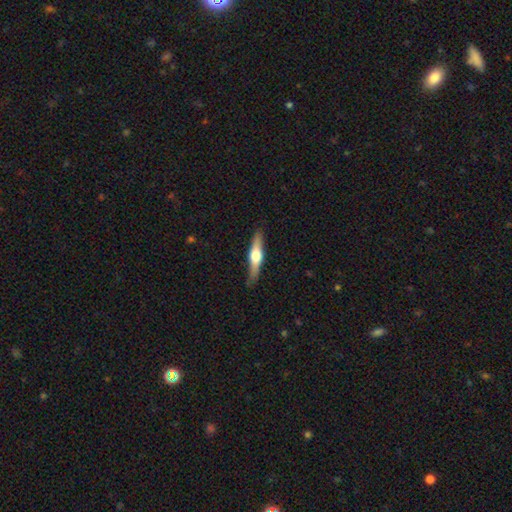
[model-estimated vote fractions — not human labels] A featured or disk galaxy (60%) viewed edge-on (95%) with a rounded central bulge (93%).

Vote fractions:
- Smooth or featured? featured or disk: 60% / smooth: 35% / star or artifact: 5%
- Edge-on disk? yes: 95% / no: 5%
- Edge-on bulge? rounded: 93% / boxy: 5% / none: 2%
- Merging? none: 86% / minor disturbance: 11% / major disturbance: 2% / merger: 1%